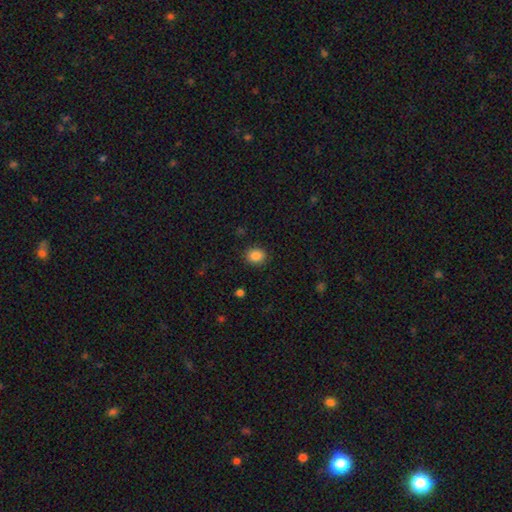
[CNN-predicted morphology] Smooth or featured: smooth — 87% (star or artifact — 9%)
How rounded: round — 56% (in between — 43%)
Merging: none — 88% (minor disturbance — 8%)